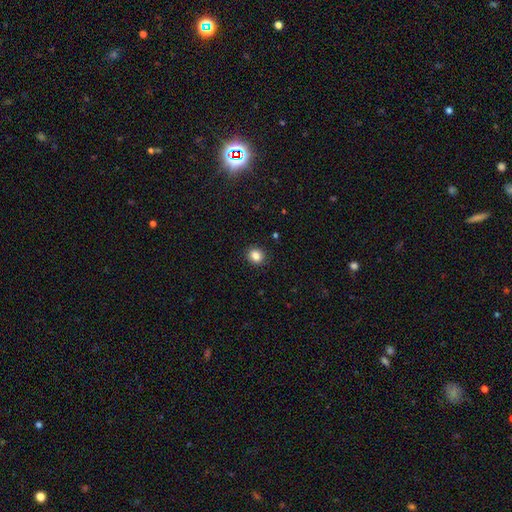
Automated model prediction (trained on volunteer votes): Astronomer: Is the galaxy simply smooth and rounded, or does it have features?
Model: smooth — 85%.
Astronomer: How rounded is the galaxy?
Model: round — 78%.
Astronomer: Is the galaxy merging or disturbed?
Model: none — 91%.